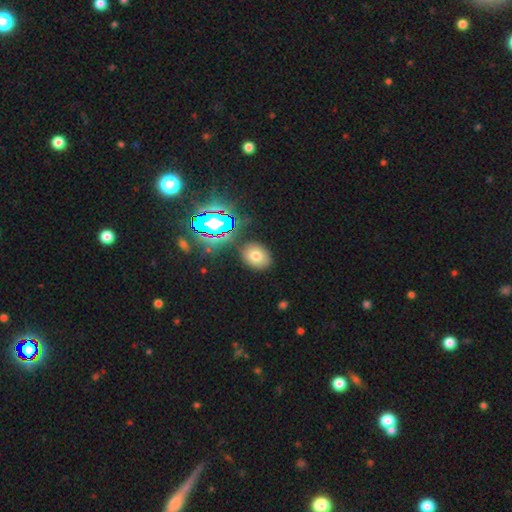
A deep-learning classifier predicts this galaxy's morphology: smooth 69%, star or artifact 19%, featured or disk 12%. Down the decision tree: how rounded — in between (60%); merging — none (84%).